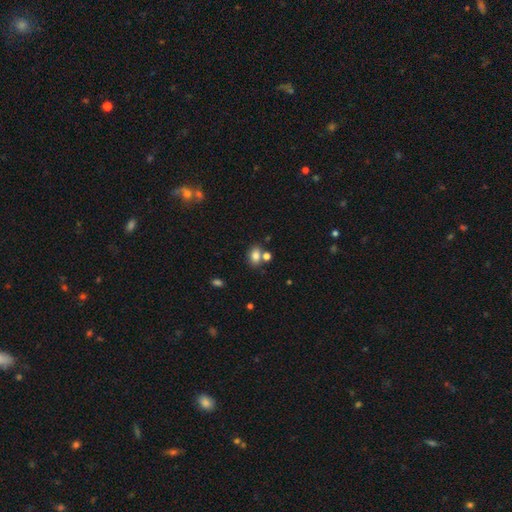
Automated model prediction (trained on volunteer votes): The model was most divided on "merging": none: 60%, merger: 23%, minor disturbance: 13%, major disturbance: 4%. More confident: smooth or featured — smooth (81%); how rounded — in between (78%).